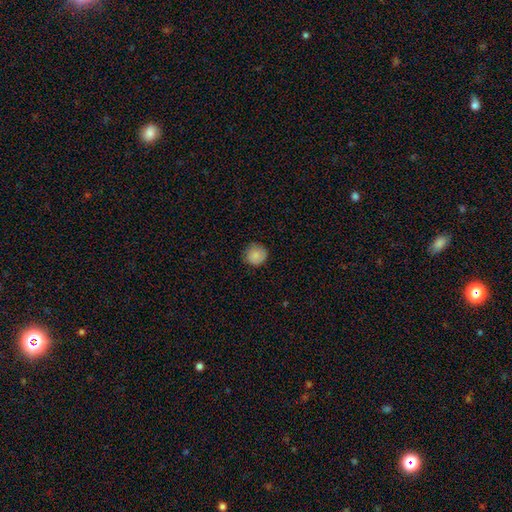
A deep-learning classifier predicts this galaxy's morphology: Q: Smooth or featured?
A: smooth (84%); runner-up: featured or disk (9%)
Q: How rounded?
A: round (92%); runner-up: in between (7%)
Q: Merging?
A: none (81%); runner-up: minor disturbance (15%)